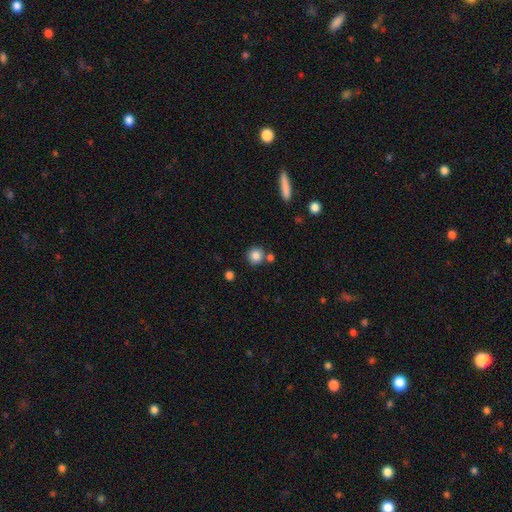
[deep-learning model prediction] smooth-or-featured: smooth: 84% | star or artifact: 10% | featured or disk: 6%
  how-rounded: round: 91% | in between: 8% | cigar-shaped: 1%
  merging: none: 75% | merger: 13% | minor disturbance: 9% | major disturbance: 3%